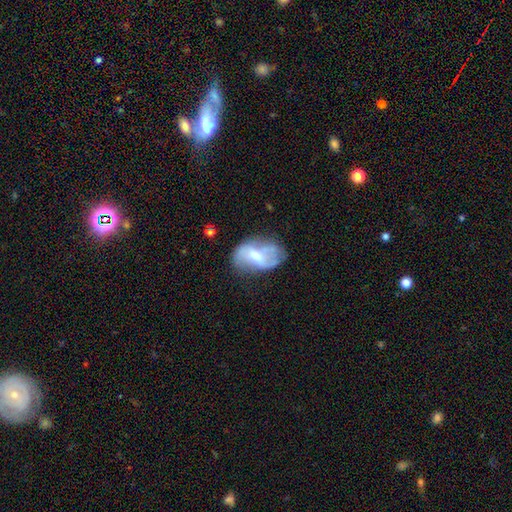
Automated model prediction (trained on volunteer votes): featured or disk 65%, smooth 27%, star or artifact 8%. Down the decision tree: edge-on disk — no (95%); bar — weak (41%); spiral arms — yes (66%); bulge size — moderate (62%); merging — none (53%).